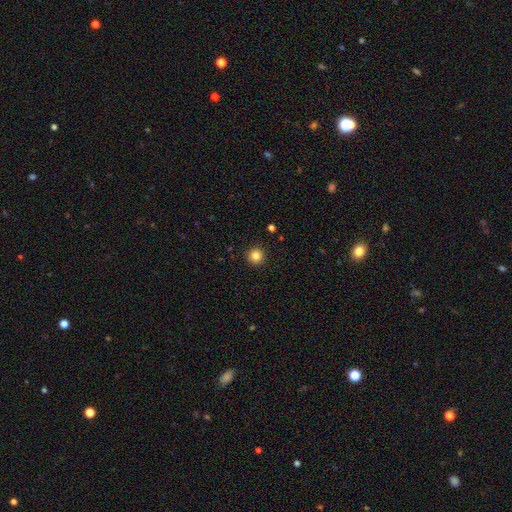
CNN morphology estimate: Smooth or featured?
  - smooth: 84% *
  - star or artifact: 11%
  - featured or disk: 4%
How rounded?
  - round: 96% *
  - in between: 3%
  - cigar-shaped: 1%
Merging?
  - none: 93% *
  - minor disturbance: 4%
  - major disturbance: 2%
  - merger: 1%